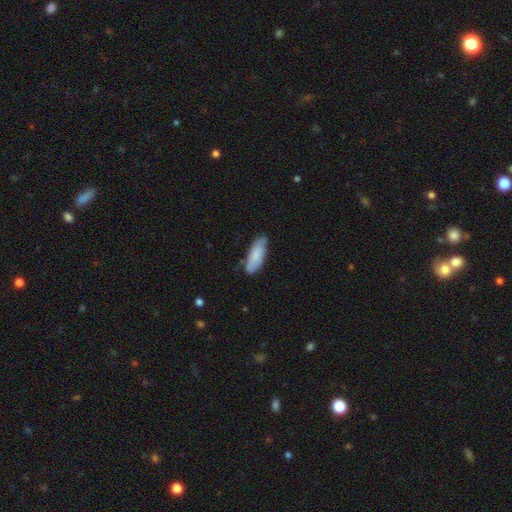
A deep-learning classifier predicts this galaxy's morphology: Smooth or featured?
  - smooth: 79% *
  - featured or disk: 15%
  - star or artifact: 6%
How rounded?
  - in between: 72% *
  - cigar-shaped: 27%
  - round: 2%
Merging?
  - none: 72% *
  - minor disturbance: 22%
  - major disturbance: 4%
  - merger: 2%